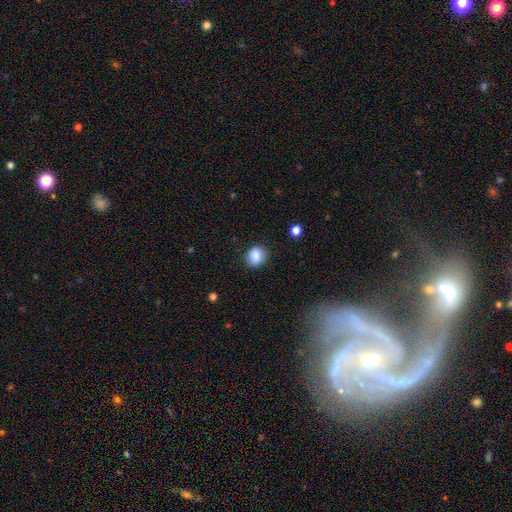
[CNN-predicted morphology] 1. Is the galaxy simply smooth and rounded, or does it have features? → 86% smooth, 8% star or artifact, 5% featured or disk.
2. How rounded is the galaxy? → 58% round, 41% in between, 1% cigar-shaped.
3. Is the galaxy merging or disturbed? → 83% none, 13% minor disturbance, 3% major disturbance, 1% merger.